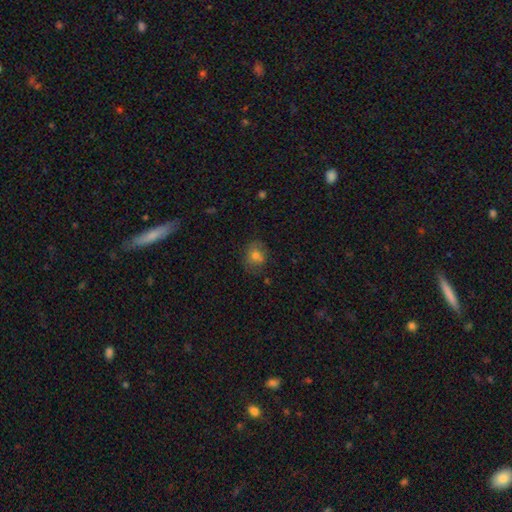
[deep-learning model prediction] Smooth or featured? smooth (70%)
How rounded? round (66%)
Merging? none (71%)